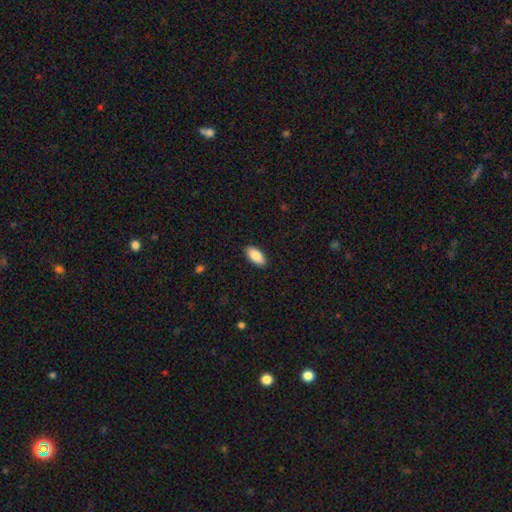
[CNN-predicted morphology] Overall: smooth (88%). How rounded: in between (93%). Merging: none (89%).